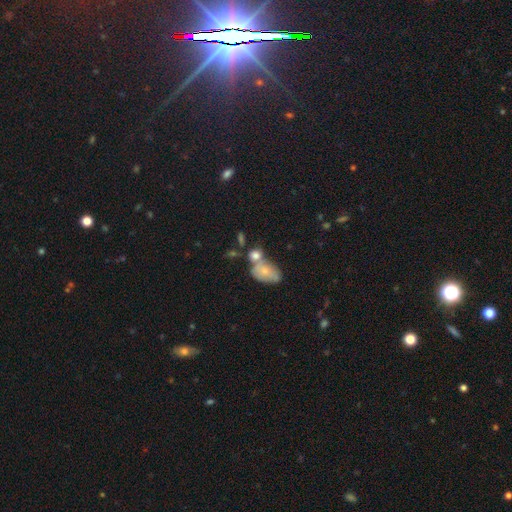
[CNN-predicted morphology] smooth-or-featured: smooth: 67% | featured or disk: 21% | star or artifact: 12%
  how-rounded: in between: 72% | round: 24% | cigar-shaped: 4%
  merging: merger: 43% | none: 37% | minor disturbance: 14% | major disturbance: 6%